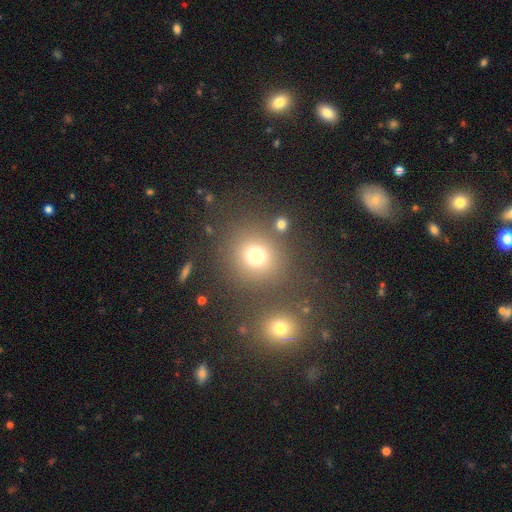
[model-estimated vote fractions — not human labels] The model was most divided on "smooth or featured": smooth: 73%, star or artifact: 18%, featured or disk: 9%. More confident: how rounded — round (86%); merging — none (76%).